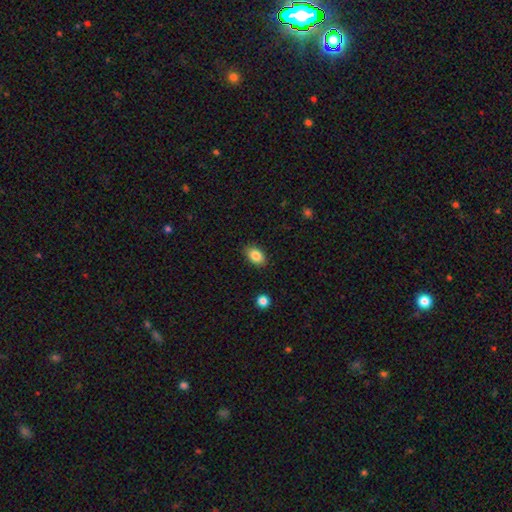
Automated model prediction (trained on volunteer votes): smooth_or_featured: smooth (p=0.85) [alt: star or artifact p=0.08]
how_rounded: in between (p=0.87) [alt: round p=0.11]
merging: none (p=0.87) [alt: minor disturbance p=0.09]